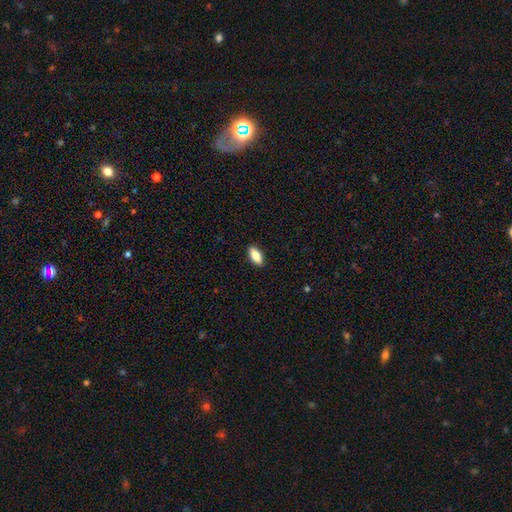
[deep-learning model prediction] The model was most divided on "how rounded": in between: 83%, cigar-shaped: 14%, round: 3%. More confident: merging — none (90%); smooth or featured — smooth (83%).